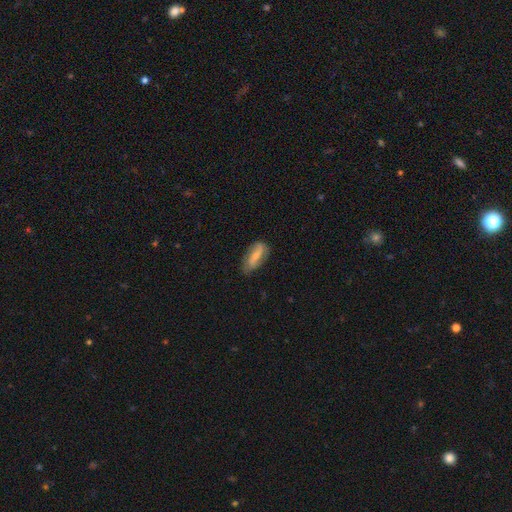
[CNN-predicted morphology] Smooth or featured?
  - featured or disk: 52% *
  - smooth: 41%
  - star or artifact: 7%
Edge-on disk?
  - no: 89% *
  - yes: 11%
Merging?
  - none: 69% *
  - minor disturbance: 24%
  - major disturbance: 6%
  - merger: 2%